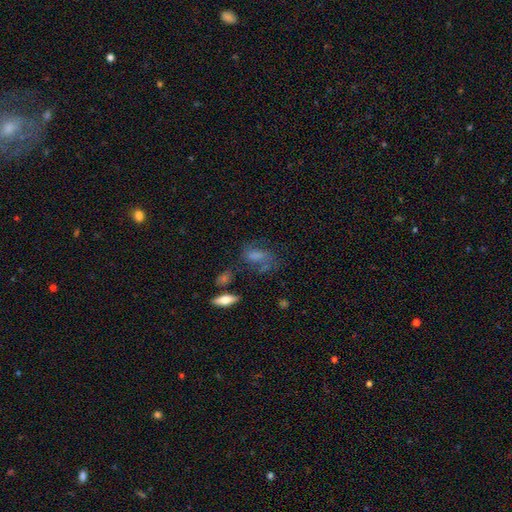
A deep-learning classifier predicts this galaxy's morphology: Smooth or featured?
  - featured or disk: 46% *
  - smooth: 34%
  - star or artifact: 20%
Merging?
  - none: 52% *
  - minor disturbance: 21%
  - major disturbance: 19%
  - merger: 7%